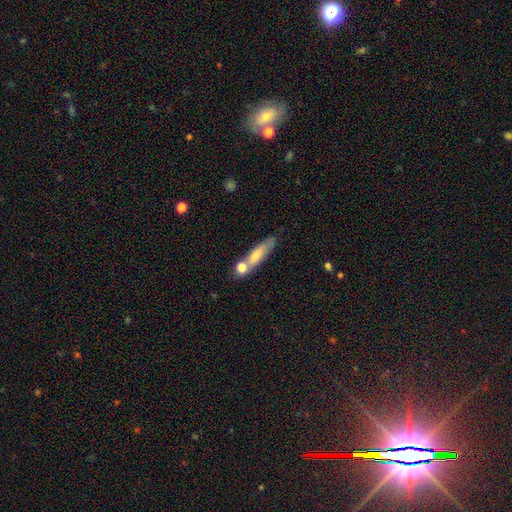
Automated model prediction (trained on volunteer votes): smooth-or-featured: smooth: 66% | featured or disk: 26% | star or artifact: 8%
  how-rounded: cigar-shaped: 69% | in between: 27% | round: 5%
  merging: none: 53% | merger: 27% | minor disturbance: 15% | major disturbance: 5%